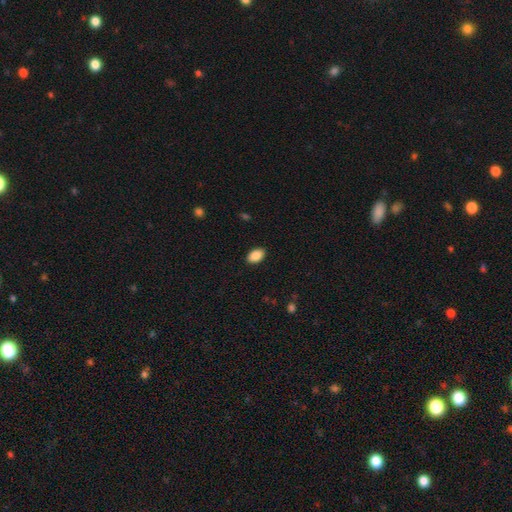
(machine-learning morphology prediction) smooth-or-featured: smooth: 89% | star or artifact: 7% | featured or disk: 4%
  how-rounded: in between: 90% | round: 8% | cigar-shaped: 1%
  merging: none: 89% | minor disturbance: 8% | major disturbance: 2% | merger: 1%